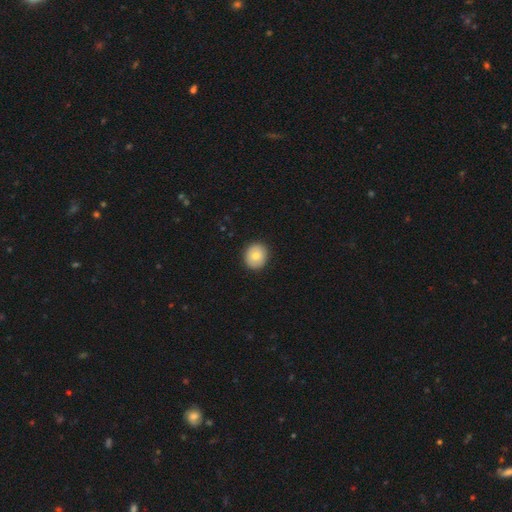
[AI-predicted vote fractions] Smooth or featured?
  - smooth: 75% *
  - featured or disk: 17%
  - star or artifact: 7%
How rounded?
  - round: 84% *
  - in between: 15%
  - cigar-shaped: 1%
Merging?
  - none: 90% *
  - minor disturbance: 7%
  - major disturbance: 2%
  - merger: 1%